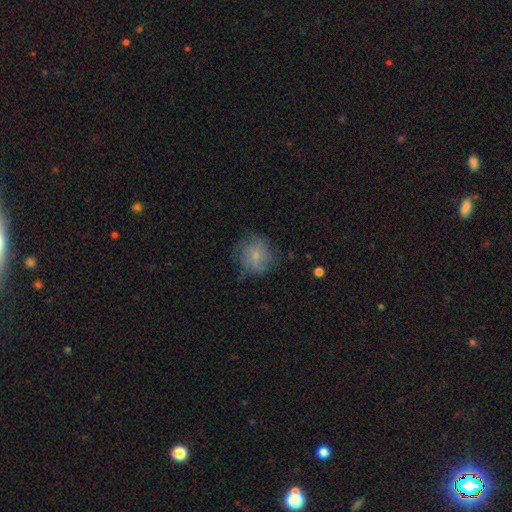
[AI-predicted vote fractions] smooth 69%, featured or disk 22%, star or artifact 9%. Down the decision tree: how rounded — round (86%); merging — none (68%).